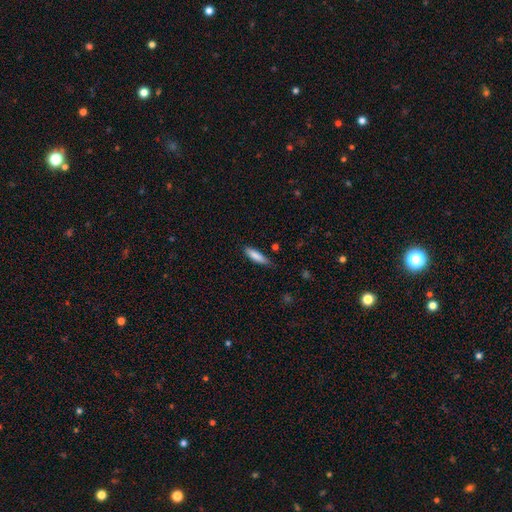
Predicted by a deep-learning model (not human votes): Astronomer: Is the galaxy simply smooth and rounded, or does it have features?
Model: smooth — 83%.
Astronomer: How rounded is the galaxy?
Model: cigar-shaped — 67%.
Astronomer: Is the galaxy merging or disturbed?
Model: none — 76%.